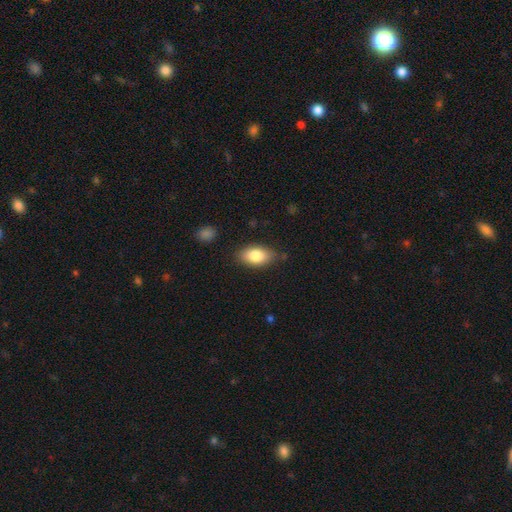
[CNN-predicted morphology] Smooth or featured: smooth — 81% (featured or disk — 12%)
How rounded: in between — 91% (round — 6%)
Merging: none — 80% (minor disturbance — 15%)